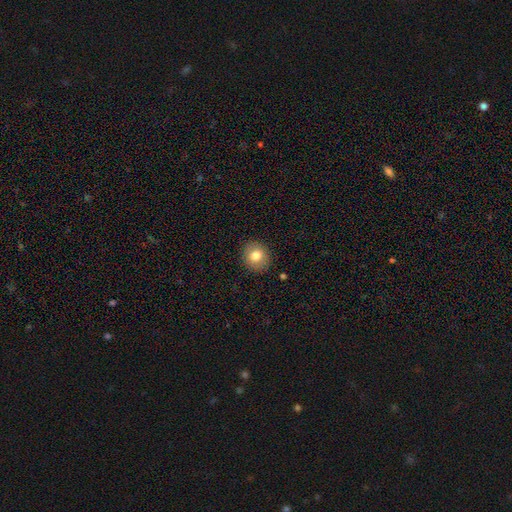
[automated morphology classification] Smooth or featured?
  - smooth: 79% *
  - featured or disk: 11%
  - star or artifact: 9%
How rounded?
  - round: 81% *
  - in between: 18%
  - cigar-shaped: 1%
Merging?
  - none: 90% *
  - minor disturbance: 7%
  - major disturbance: 2%
  - merger: 1%